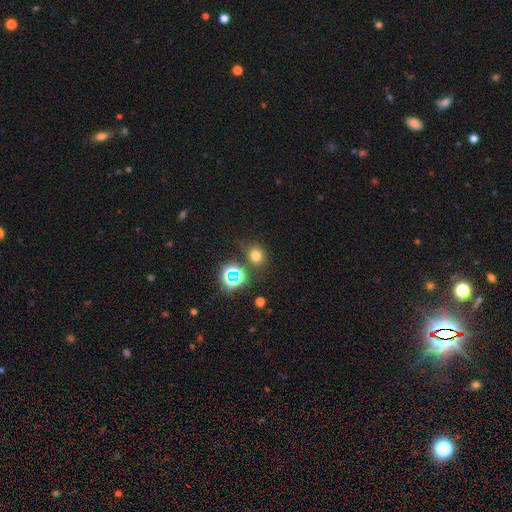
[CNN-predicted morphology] Smooth or featured: smooth — 68% (star or artifact — 25%)
How rounded: round — 76% (in between — 23%)
Merging: none — 74% (minor disturbance — 13%)